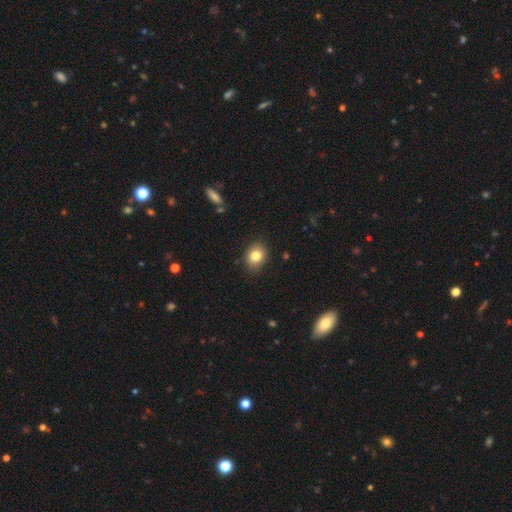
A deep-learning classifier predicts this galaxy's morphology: Smooth or featured?
  - smooth: 81% *
  - star or artifact: 10%
  - featured or disk: 9%
How rounded?
  - round: 51% *
  - in between: 48%
  - cigar-shaped: 1%
Merging?
  - none: 85% *
  - minor disturbance: 11%
  - major disturbance: 2%
  - merger: 1%